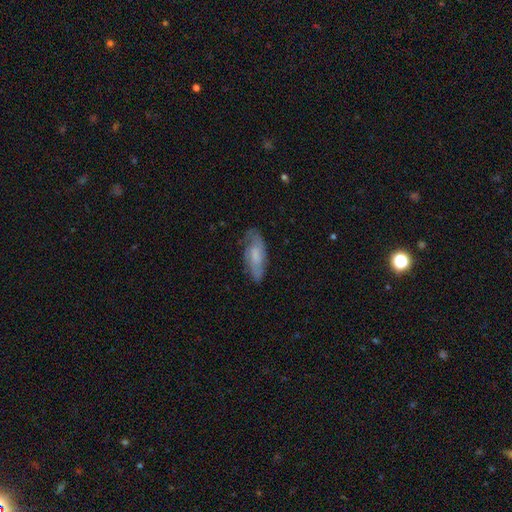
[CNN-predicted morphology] This is possibly a featured or disk galaxy (48%). Merging: likely none (66%).